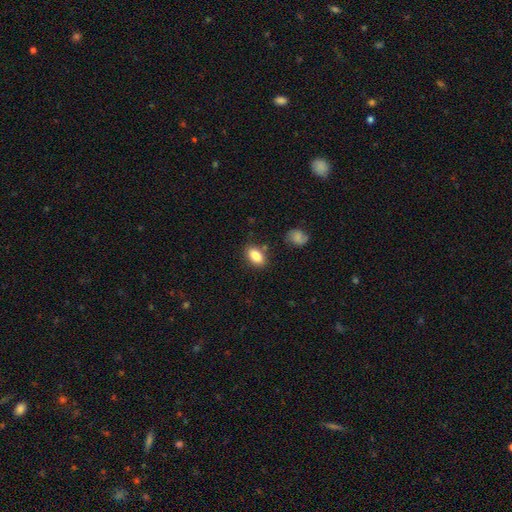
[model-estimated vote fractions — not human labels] Morphology: type=smooth (86%); roundness=in between (89%); merging=none (80%).